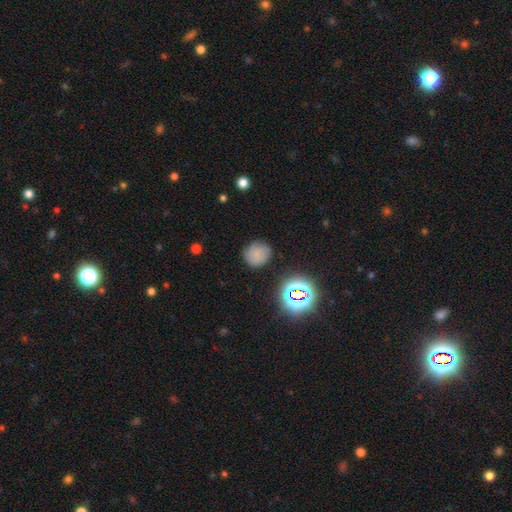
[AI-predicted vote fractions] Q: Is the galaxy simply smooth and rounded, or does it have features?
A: smooth — 73%.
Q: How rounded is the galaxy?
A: round — 84%.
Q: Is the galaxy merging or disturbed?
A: none — 79%.